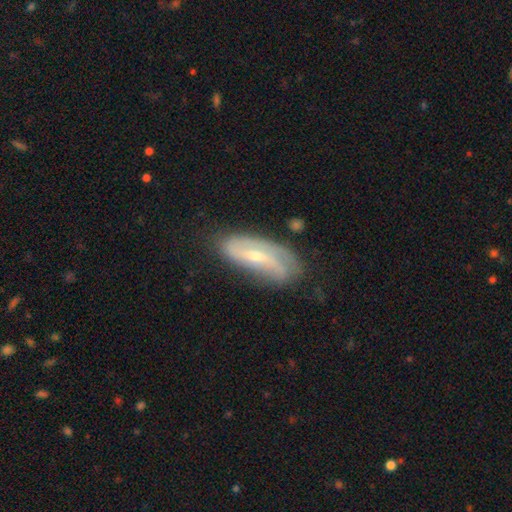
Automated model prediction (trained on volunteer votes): Smooth or featured? Predicted: featured or disk (p=0.73). Edge-on disk? Predicted: no (p=0.87). Bar? Predicted: weak (p=0.40). Spiral arms? Predicted: yes (p=0.87). Spiral winding? Predicted: medium (p=0.37). Spiral arm count? Predicted: 2 (p=0.61). Bulge size? Predicted: small (p=0.58). Merging? Predicted: none (p=0.65).